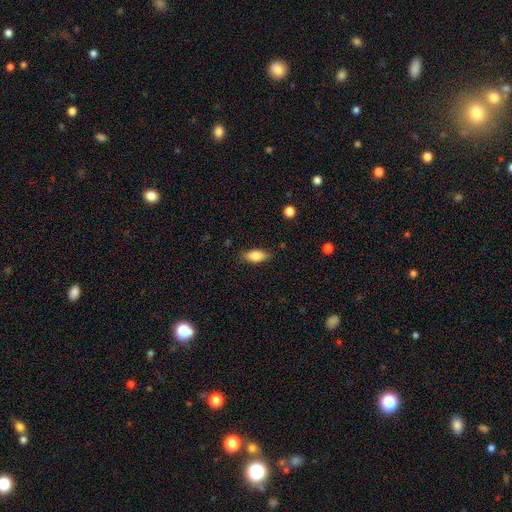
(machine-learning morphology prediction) Overall: smooth (78%). How rounded: in between (82%). Merging: none (83%).